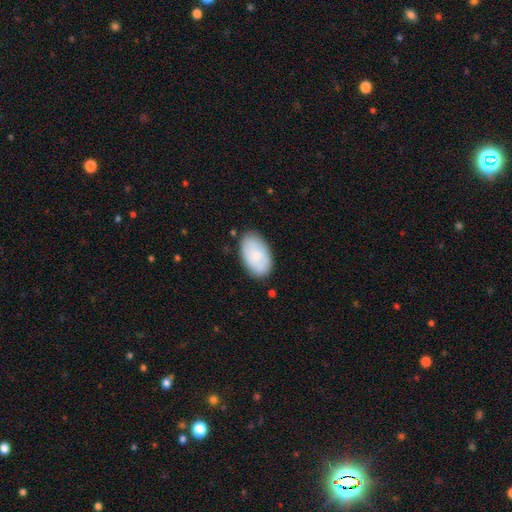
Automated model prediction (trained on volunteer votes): A smooth galaxy with no disk features (81%) that is in between round and cigar-shaped (94%). Merging: none (82%).